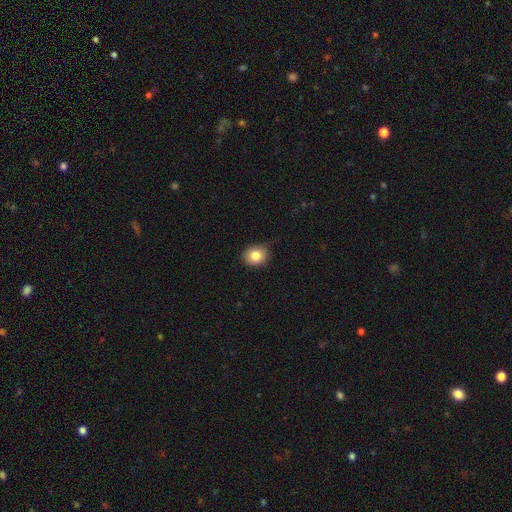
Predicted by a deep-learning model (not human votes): Morphology: type=smooth (82%); roundness=round (68%); merging=none (77%).